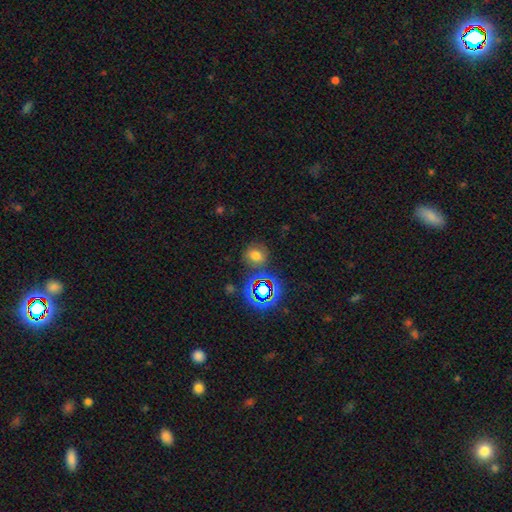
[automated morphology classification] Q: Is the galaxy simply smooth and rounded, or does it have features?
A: smooth — 63%.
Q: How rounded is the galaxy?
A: round — 69%.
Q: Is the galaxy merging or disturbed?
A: none — 74%.